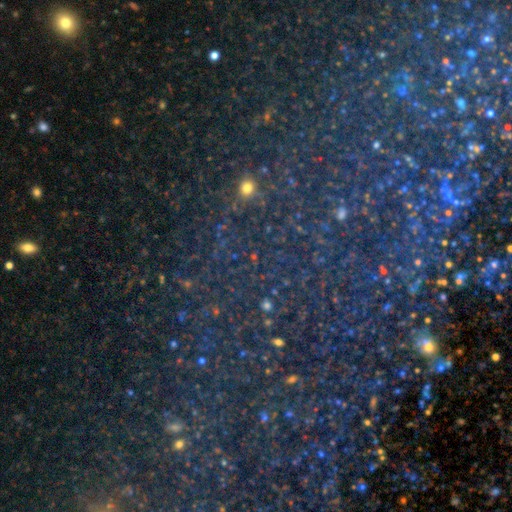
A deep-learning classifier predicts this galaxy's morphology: smooth-or-featured: star or artifact: 83% | smooth: 10% | featured or disk: 7%